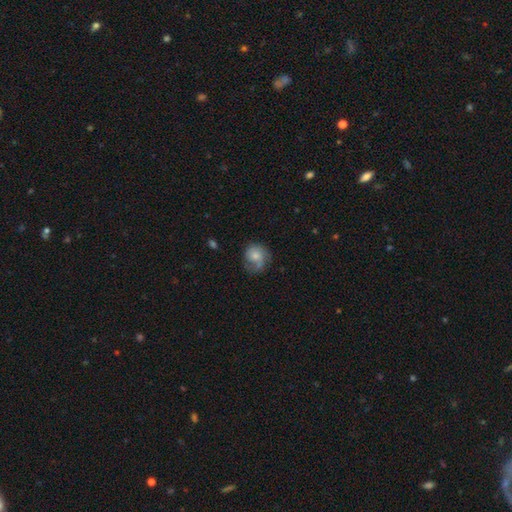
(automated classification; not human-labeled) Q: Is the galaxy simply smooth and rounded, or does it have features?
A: smooth — 57%.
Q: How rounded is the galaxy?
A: round — 74%.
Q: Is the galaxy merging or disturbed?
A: none — 52%.